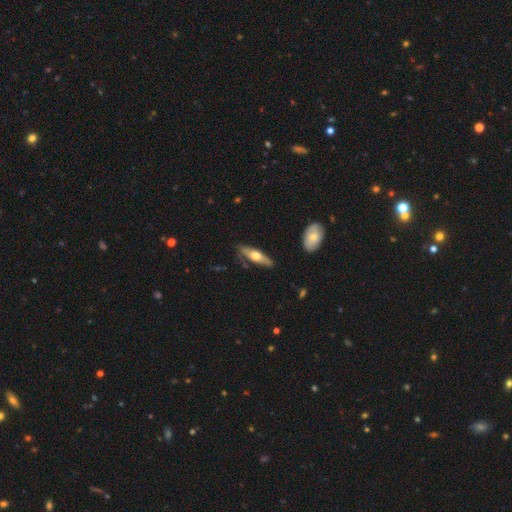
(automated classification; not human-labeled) smooth-or-featured: featured or disk: 51% | smooth: 44% | star or artifact: 5%
  disk-edge-on: yes: 86% | no: 14%
  merging: none: 80% | minor disturbance: 15% | major disturbance: 3% | merger: 2%